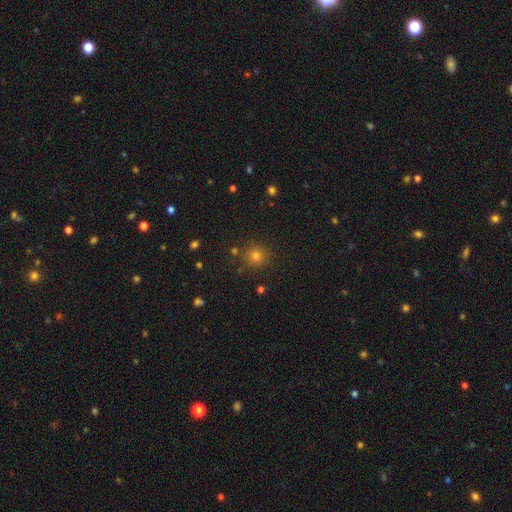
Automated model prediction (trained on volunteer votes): smooth_or_featured: smooth (p=0.72) [alt: star or artifact p=0.22]
how_rounded: round (p=0.93) [alt: in between p=0.06]
merging: none (p=0.87) [alt: minor disturbance p=0.07]